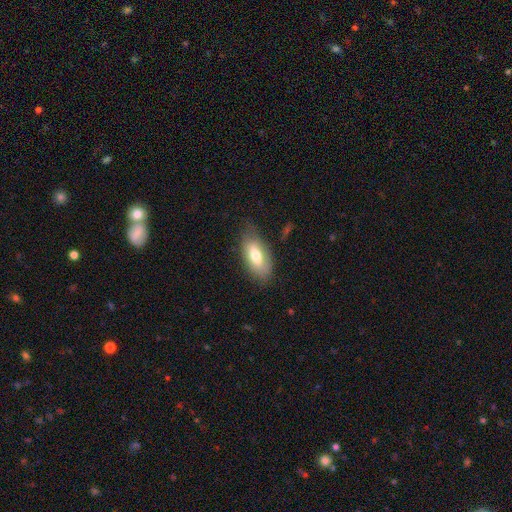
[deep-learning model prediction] Smooth or featured?
  - smooth: 68% *
  - featured or disk: 25%
  - star or artifact: 7%
How rounded?
  - in between: 89% *
  - cigar-shaped: 7%
  - round: 3%
Merging?
  - none: 72% *
  - minor disturbance: 21%
  - major disturbance: 6%
  - merger: 2%